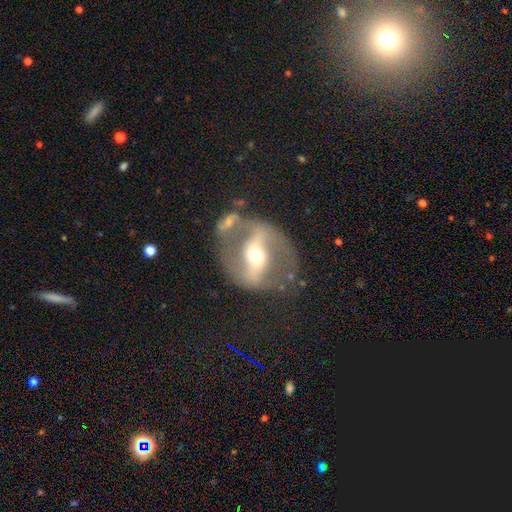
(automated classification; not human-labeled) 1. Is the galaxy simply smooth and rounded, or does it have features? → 81% featured or disk, 13% smooth, 7% star or artifact.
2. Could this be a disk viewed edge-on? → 91% no, 9% yes.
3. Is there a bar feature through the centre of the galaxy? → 62% strong, 22% weak, 16% no.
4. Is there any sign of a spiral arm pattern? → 66% yes, 34% no.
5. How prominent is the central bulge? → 64% moderate, 26% small, 7% large, 2% dominant, 1% none.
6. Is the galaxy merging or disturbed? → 54% none, 16% major disturbance, 16% minor disturbance, 14% merger.